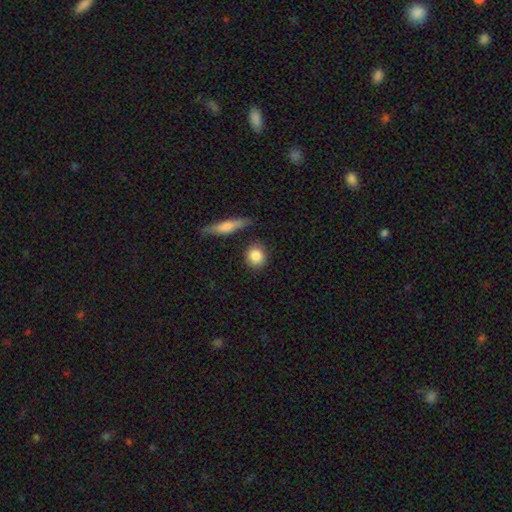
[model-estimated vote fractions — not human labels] The model was most divided on "how rounded": round: 79%, in between: 17%, cigar-shaped: 4%. More confident: smooth or featured — smooth (85%); merging — none (83%).